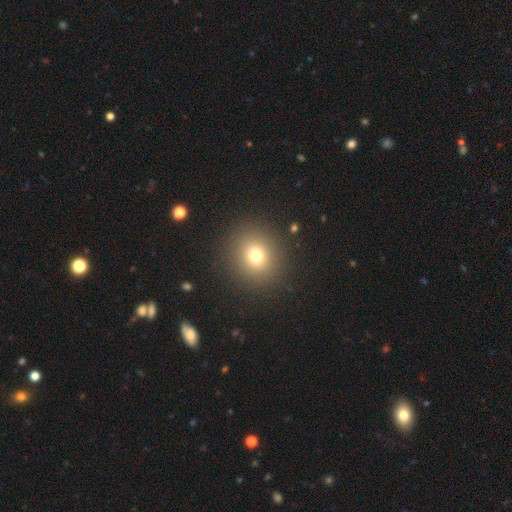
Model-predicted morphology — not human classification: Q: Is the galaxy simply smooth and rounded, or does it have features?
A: smooth — 74%.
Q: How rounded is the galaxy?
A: round — 85%.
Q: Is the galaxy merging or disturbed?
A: none — 89%.